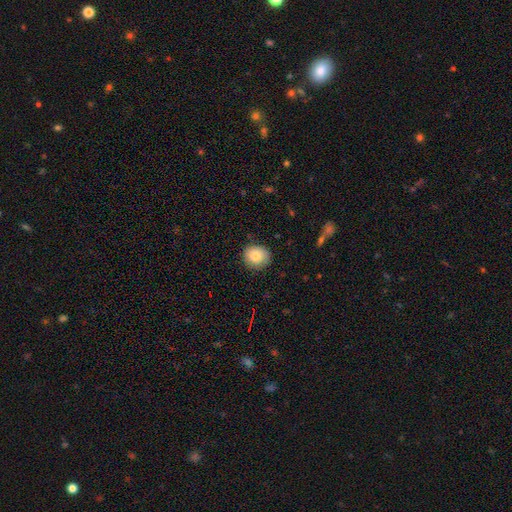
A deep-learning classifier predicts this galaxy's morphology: This is clearly a smooth galaxy (83%). How rounded: likely round (79%). Merging: clearly none (84%).